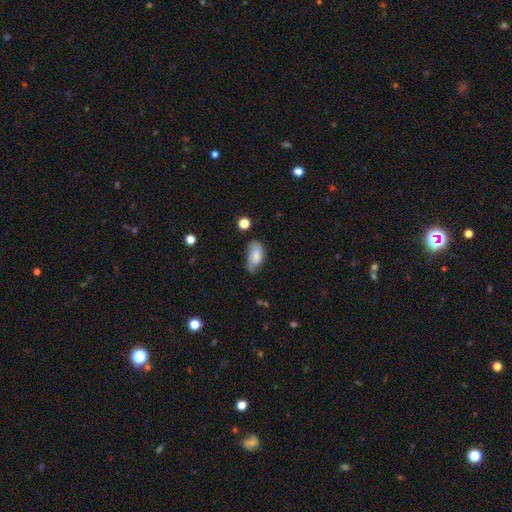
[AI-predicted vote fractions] Smooth or featured? Predicted: smooth (p=0.75). How rounded? Predicted: in between (p=0.91). Merging? Predicted: none (p=0.47).